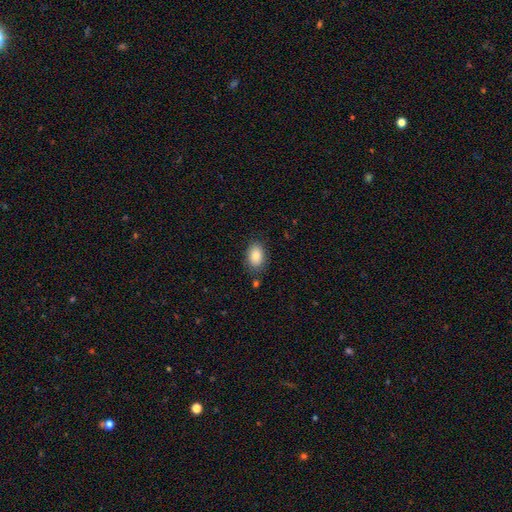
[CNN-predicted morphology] Smooth or featured? smooth (86%)
How rounded? in between (87%)
Merging? none (82%)